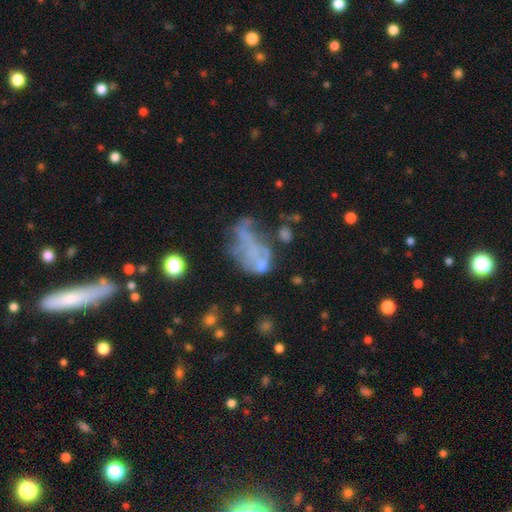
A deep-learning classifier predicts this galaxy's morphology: A featured or disk galaxy (50%). Merging: major disturbance (39%).